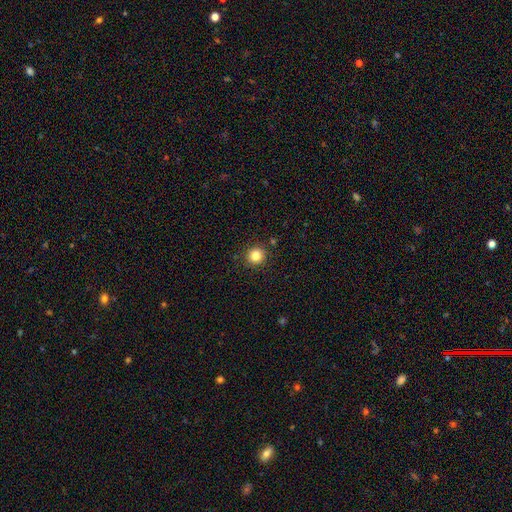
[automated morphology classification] Smooth or featured? Predicted: smooth (p=0.83). How rounded? Predicted: round (p=0.91). Merging? Predicted: none (p=0.90).